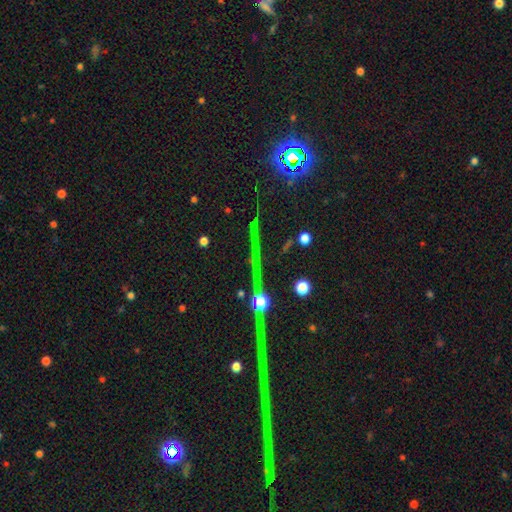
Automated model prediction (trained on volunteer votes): Smooth or featured: star or artifact — 77% (featured or disk — 14%)